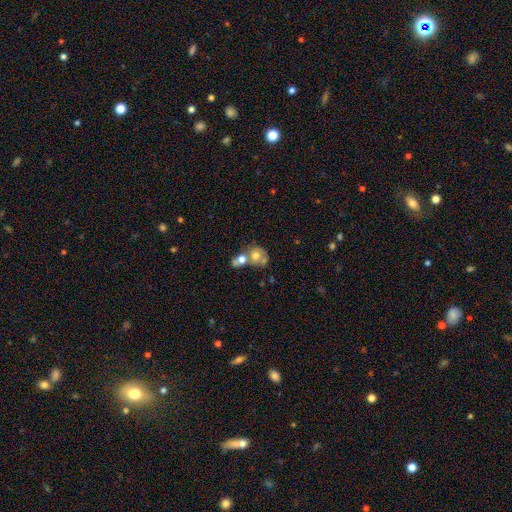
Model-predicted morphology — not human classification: This is possibly a smooth galaxy (54%). How rounded: likely round (62%). Merging: likely merger (63%).